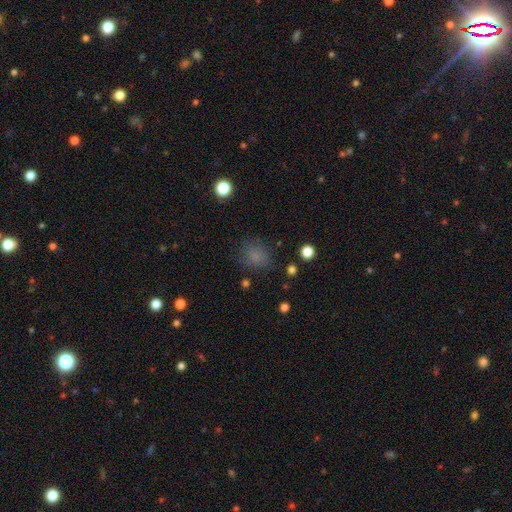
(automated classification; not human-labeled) smooth 78%, star or artifact 16%, featured or disk 7%. Down the decision tree: how rounded — round (62%); merging — none (77%).